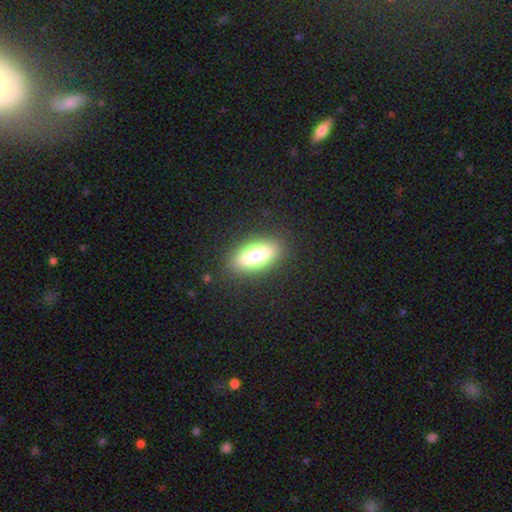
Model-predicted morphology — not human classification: Smooth or featured? smooth (66%)
How rounded? in between (76%)
Merging? none (86%)